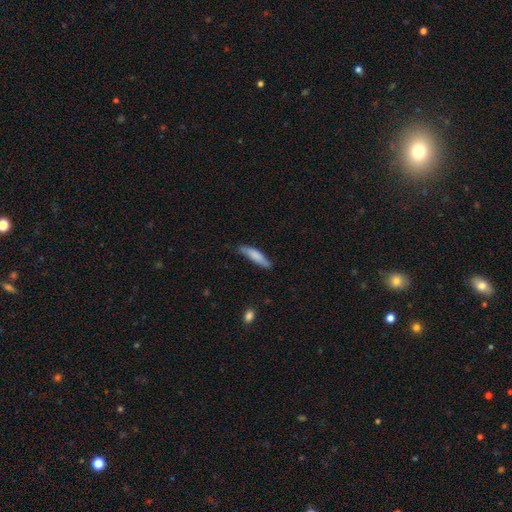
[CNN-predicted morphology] This appears to be a smooth galaxy with no disk features (78%) that is cigar-shaped (76%). Merging: none (70%).